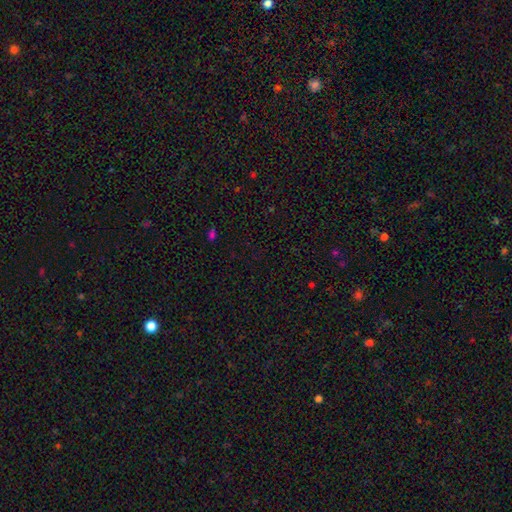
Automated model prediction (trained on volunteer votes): This is likely a star or artifact rather than a galaxy (65%).